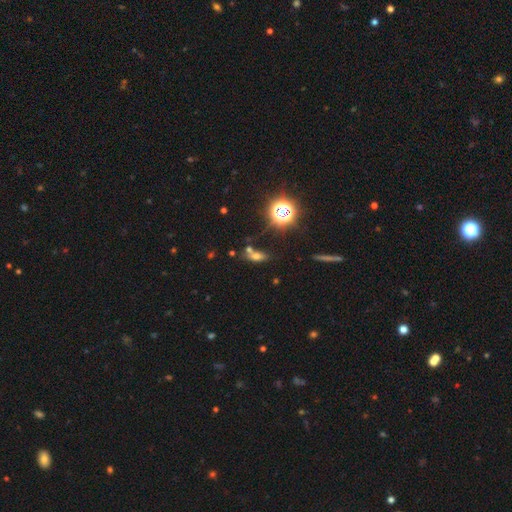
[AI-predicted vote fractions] Morphology: type=smooth (54%); roundness=in between (65%); merging=none (51%).